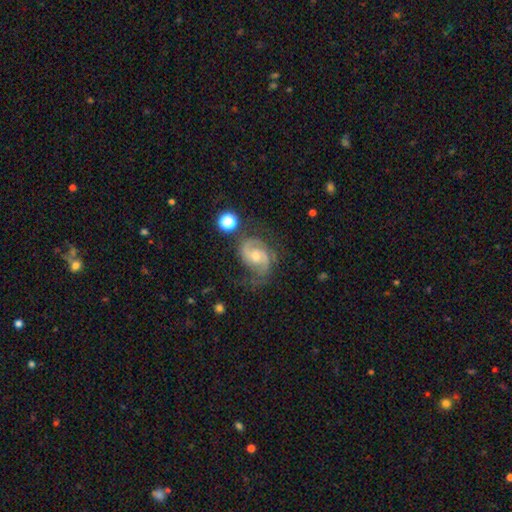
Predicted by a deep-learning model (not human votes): Q: Smooth or featured?
A: featured or disk (86%); runner-up: smooth (8%)
Q: Edge-on disk?
A: no (98%); runner-up: yes (2%)
Q: Bar?
A: no (53%); runner-up: weak (38%)
Q: Spiral arms?
A: yes (96%); runner-up: no (4%)
Q: Spiral winding?
A: medium (52%); runner-up: tight (27%)
Q: Spiral arm count?
A: 2 (86%); runner-up: can't tell (6%)
Q: Bulge size?
A: moderate (58%); runner-up: small (36%)
Q: Merging?
A: none (64%); runner-up: minor disturbance (21%)